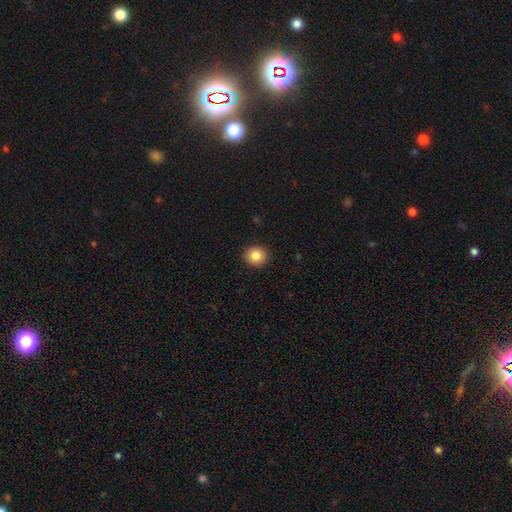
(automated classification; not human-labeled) The model was most divided on "how rounded": round: 84%, in between: 15%, cigar-shaped: 1%. More confident: merging — none (92%); smooth or featured — smooth (85%).